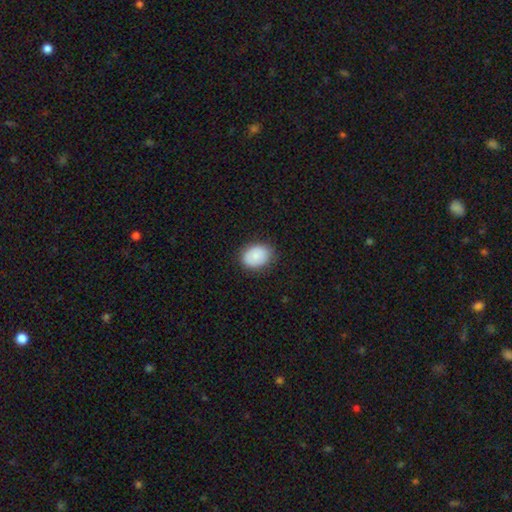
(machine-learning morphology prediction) Smooth or featured? Predicted: smooth (p=0.83). How rounded? Predicted: in between (p=0.61). Merging? Predicted: none (p=0.83).